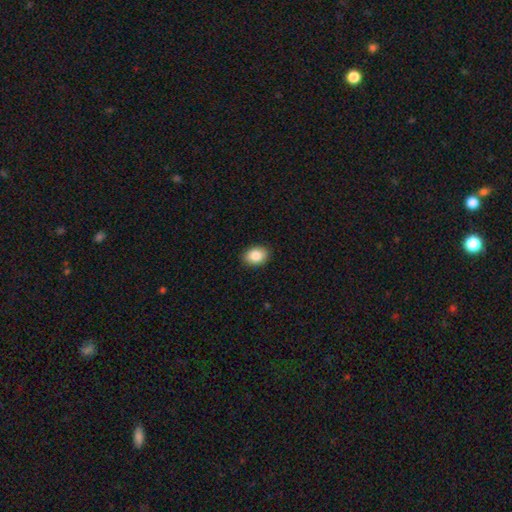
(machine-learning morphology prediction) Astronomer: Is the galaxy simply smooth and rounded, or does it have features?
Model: smooth — 86%.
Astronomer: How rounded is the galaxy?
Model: in between — 73%.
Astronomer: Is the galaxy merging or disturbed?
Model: none — 90%.